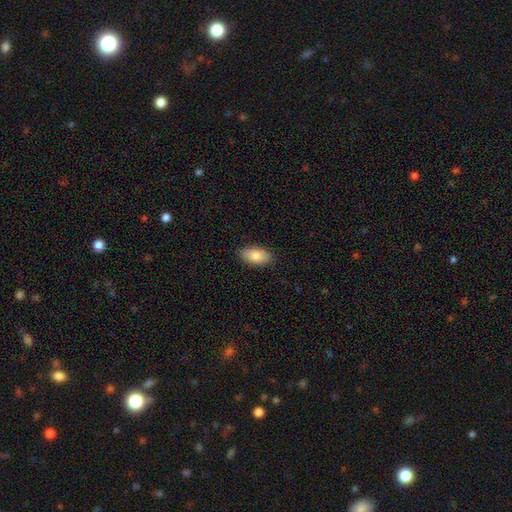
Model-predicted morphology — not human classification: This appears to be a smooth galaxy with no disk features (83%) that is in between round and cigar-shaped (93%). Merging: none (87%).